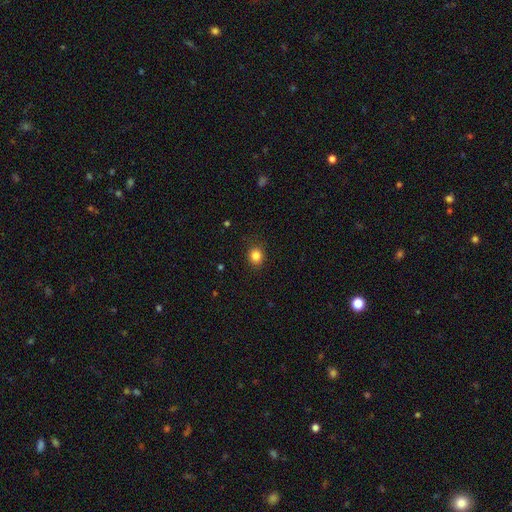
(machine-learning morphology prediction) smooth_or_featured: smooth (p=0.84) [alt: star or artifact p=0.11]
how_rounded: round (p=0.74) [alt: in between p=0.26]
merging: none (p=0.88) [alt: minor disturbance p=0.09]